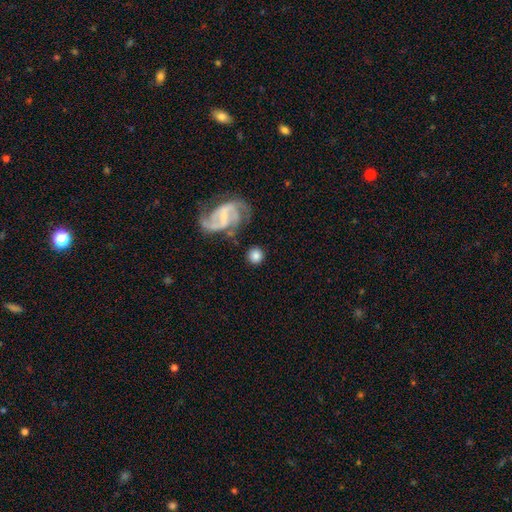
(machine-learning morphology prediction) smooth_or_featured: smooth (p=0.70) [alt: featured or disk p=0.23]
how_rounded: round (p=0.90) [alt: in between p=0.09]
merging: none (p=0.78) [alt: minor disturbance p=0.11]